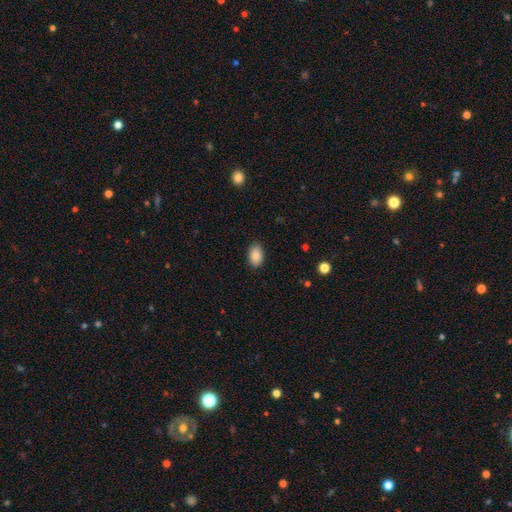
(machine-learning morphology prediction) A smooth galaxy with no disk features (86%) that is in between round and cigar-shaped (90%). Merging: none (86%).